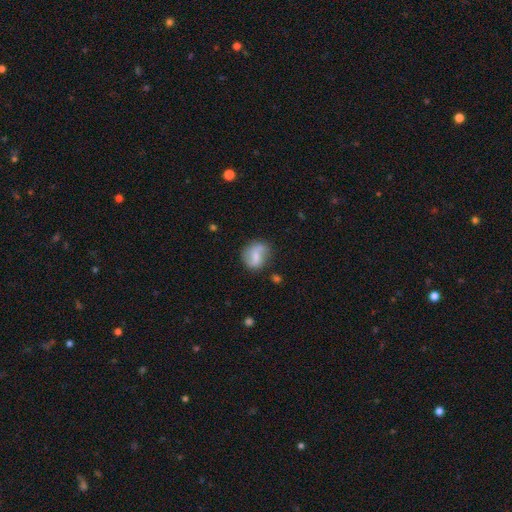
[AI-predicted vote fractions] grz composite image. It shows a featured or disk galaxy (50%). Merging: none (63%).